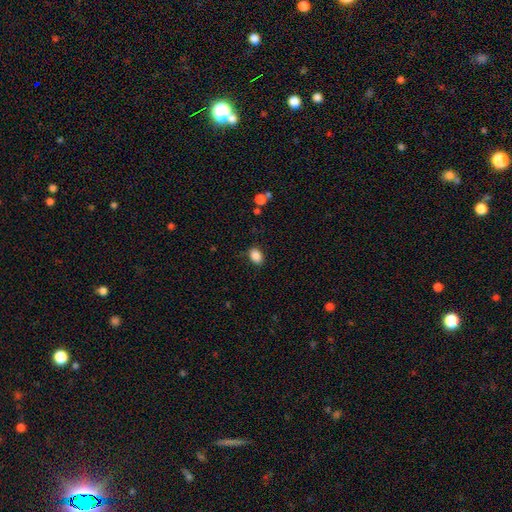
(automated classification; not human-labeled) This appears to be a smooth galaxy with no disk features (87%) that is in between round and cigar-shaped (73%). Merging: none (84%).